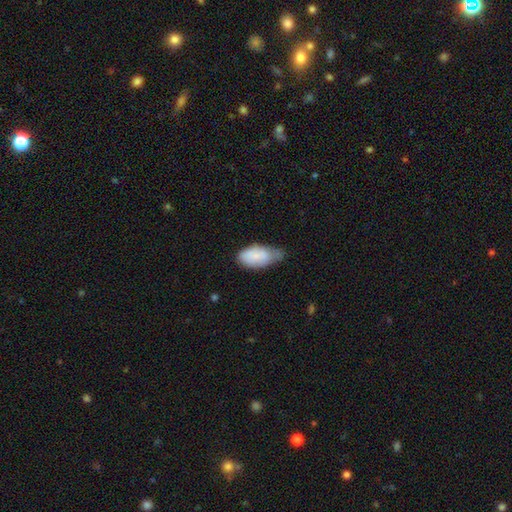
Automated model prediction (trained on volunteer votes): smooth 81%, featured or disk 13%, star or artifact 7%. Down the decision tree: how rounded — in between (92%); merging — minor disturbance (46%).